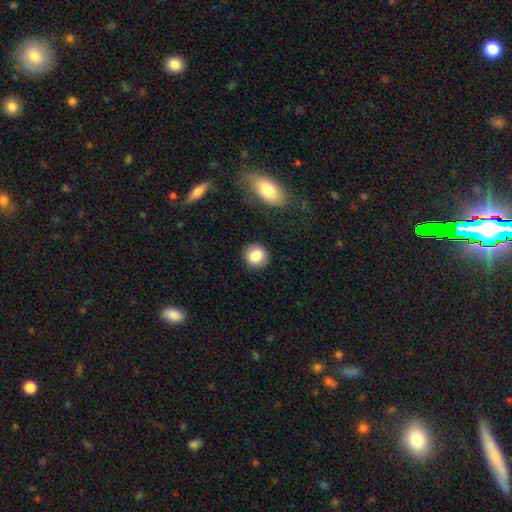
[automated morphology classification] smooth-or-featured: smooth: 84% | star or artifact: 8% | featured or disk: 8%
  how-rounded: round: 83% | in between: 16% | cigar-shaped: 1%
  merging: none: 87% | minor disturbance: 9% | major disturbance: 3% | merger: 2%